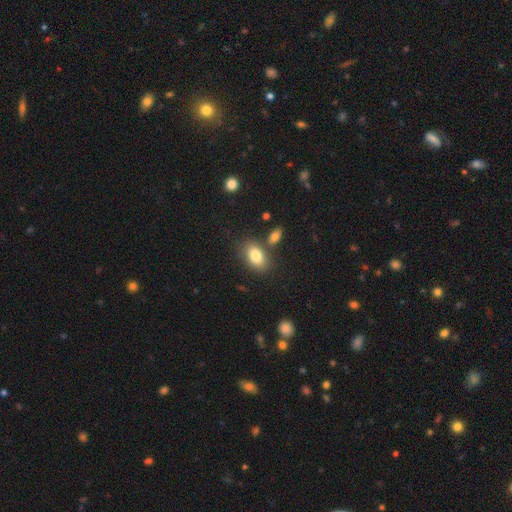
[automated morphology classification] Smooth or featured?
  - smooth: 82% *
  - featured or disk: 10%
  - star or artifact: 8%
How rounded?
  - in between: 87% *
  - round: 11%
  - cigar-shaped: 2%
Merging?
  - none: 71% *
  - merger: 14%
  - minor disturbance: 12%
  - major disturbance: 4%